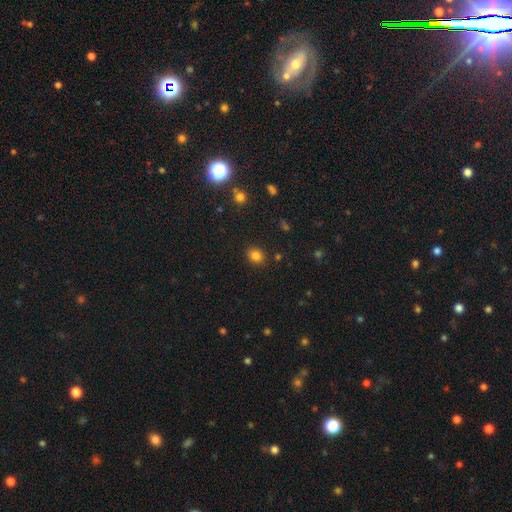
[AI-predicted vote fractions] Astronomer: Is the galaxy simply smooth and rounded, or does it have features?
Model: smooth — 82%.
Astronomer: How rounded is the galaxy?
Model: round — 57% (runner-up: in between, 42%).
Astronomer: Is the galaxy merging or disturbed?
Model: none — 88%.